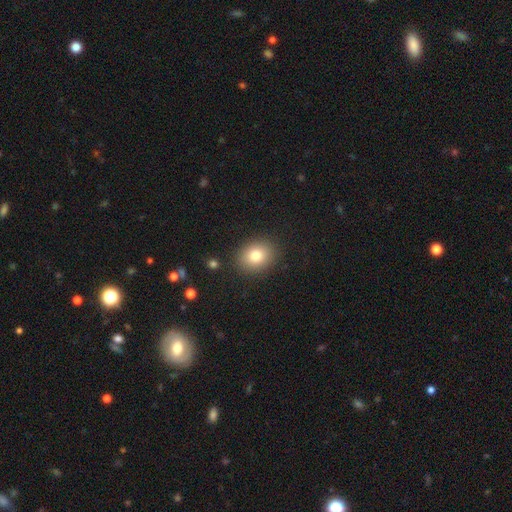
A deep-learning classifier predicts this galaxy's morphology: A smooth galaxy with no disk features (81%) that is round (51%). Merging: none (88%).